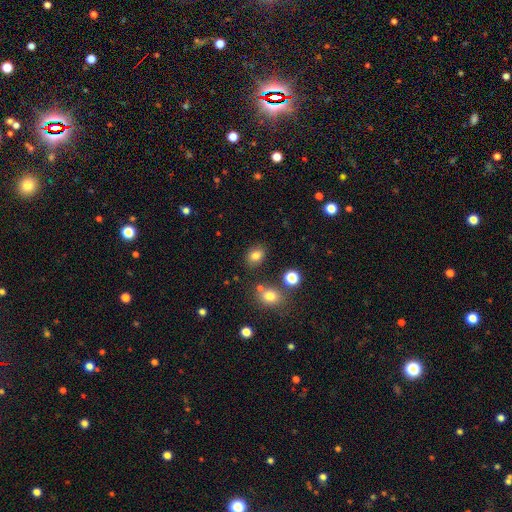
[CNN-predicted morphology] The model was most divided on "how rounded": in between: 57%, round: 42%, cigar-shaped: 1%. More confident: merging — none (81%); smooth or featured — smooth (81%).